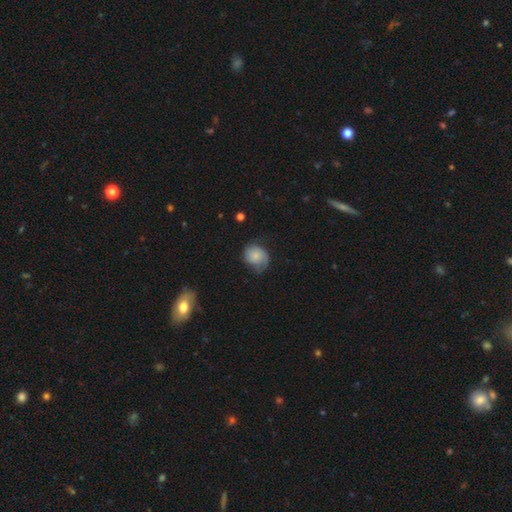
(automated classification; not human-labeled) The model was most divided on "merging": none: 50%, minor disturbance: 33%, major disturbance: 15%, merger: 2%. More confident: how rounded — round (66%); smooth or featured — smooth (59%).